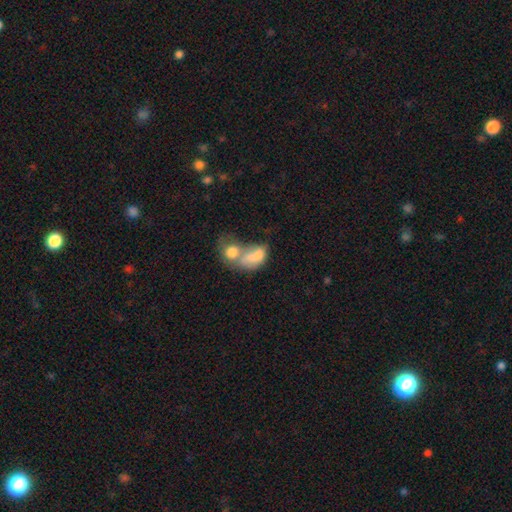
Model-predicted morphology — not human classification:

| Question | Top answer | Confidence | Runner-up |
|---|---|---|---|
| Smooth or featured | smooth | 67% | featured or disk (24%) |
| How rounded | in between | 77% | round (21%) |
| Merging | merger | 73% | none (11%) |